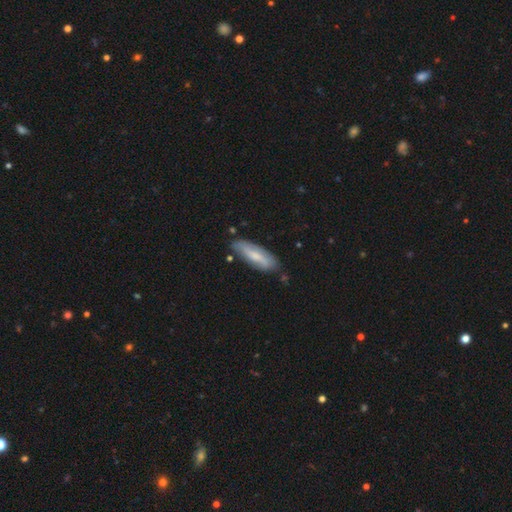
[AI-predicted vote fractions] smooth-or-featured: smooth: 57% | featured or disk: 37% | star or artifact: 6%
  how-rounded: in between: 53% | cigar-shaped: 46% | round: 2%
  merging: none: 78% | minor disturbance: 17% | major disturbance: 3% | merger: 3%